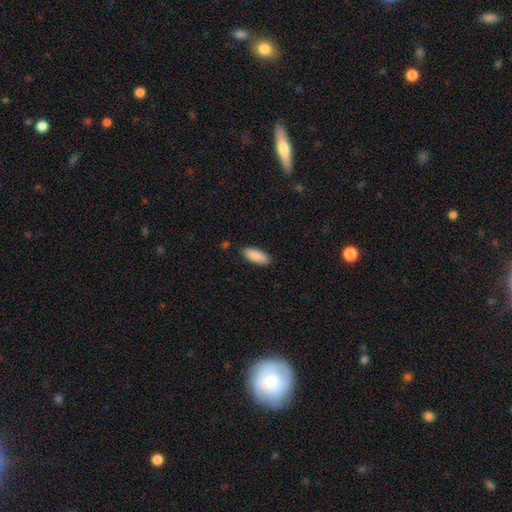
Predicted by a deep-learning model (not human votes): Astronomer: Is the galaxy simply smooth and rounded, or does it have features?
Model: smooth — 90%.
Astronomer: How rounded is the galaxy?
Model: in between — 78%.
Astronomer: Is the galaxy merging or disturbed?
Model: none — 87%.